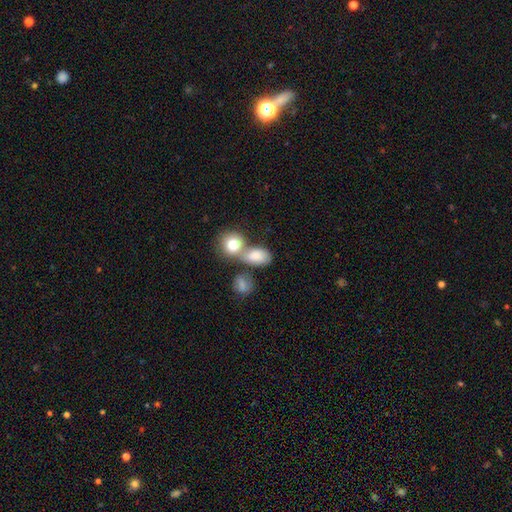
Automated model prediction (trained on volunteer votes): Smooth or featured: smooth — 78% (featured or disk — 13%)
How rounded: in between — 66% (round — 32%)
Merging: merger — 49% (none — 33%)